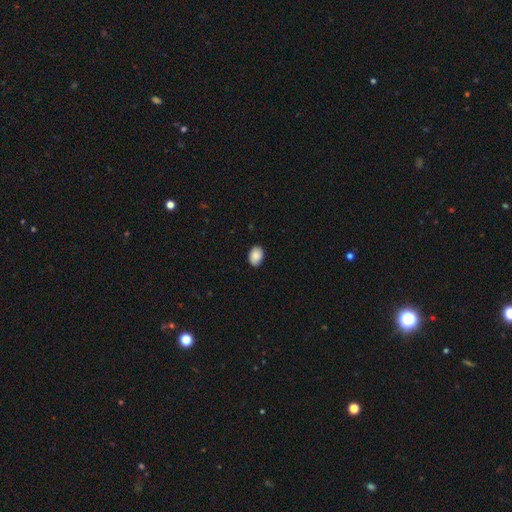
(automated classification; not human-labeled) Q: Smooth or featured?
A: smooth (88%); runner-up: star or artifact (7%)
Q: How rounded?
A: in between (80%); runner-up: round (19%)
Q: Merging?
A: none (87%); runner-up: minor disturbance (10%)